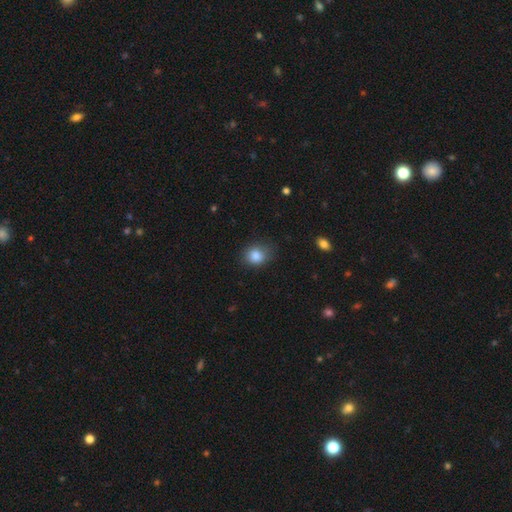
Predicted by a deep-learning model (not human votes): This appears to be a smooth galaxy with no disk features (85%) that is round (64%). Merging: none (74%).